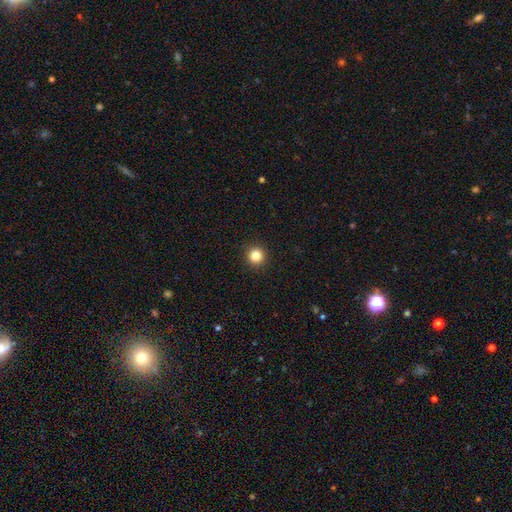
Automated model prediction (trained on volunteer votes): Morphology: type=smooth (84%); roundness=round (96%); merging=none (93%).